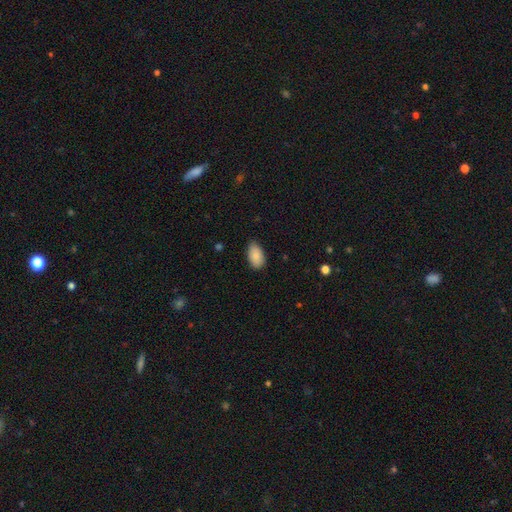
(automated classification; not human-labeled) Smooth or featured? smooth (86%)
How rounded? in between (94%)
Merging? none (79%)